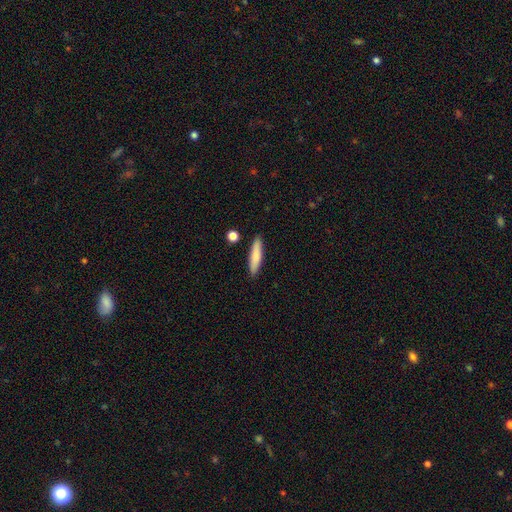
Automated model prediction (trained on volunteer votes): Smooth or featured? smooth (81%)
How rounded? cigar-shaped (79%)
Merging? none (87%)